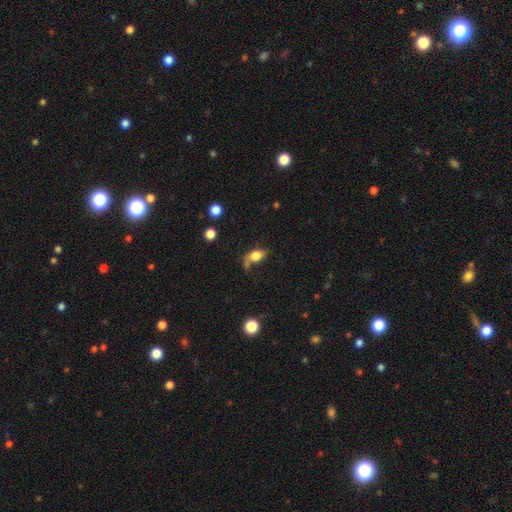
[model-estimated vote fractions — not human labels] smooth-or-featured: smooth: 75% | featured or disk: 16% | star or artifact: 10%
  how-rounded: in between: 82% | round: 12% | cigar-shaped: 6%
  merging: none: 42% | minor disturbance: 28% | major disturbance: 19% | merger: 11%